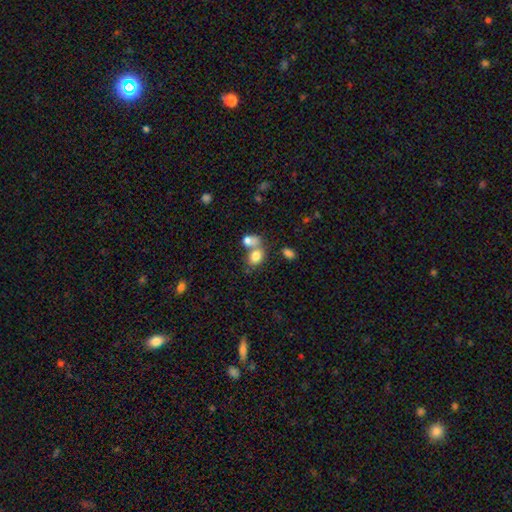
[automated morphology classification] This is likely a smooth galaxy (80%). How rounded: likely in between (65%). Merging: possibly merger (50%).